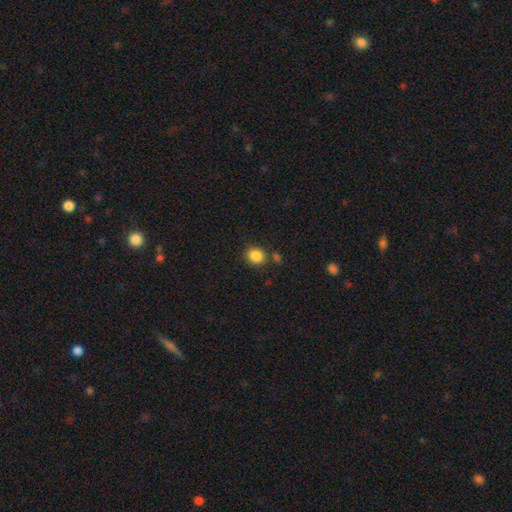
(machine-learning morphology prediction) A smooth galaxy with no disk features (86%) that is round (73%). Merging: none (78%).